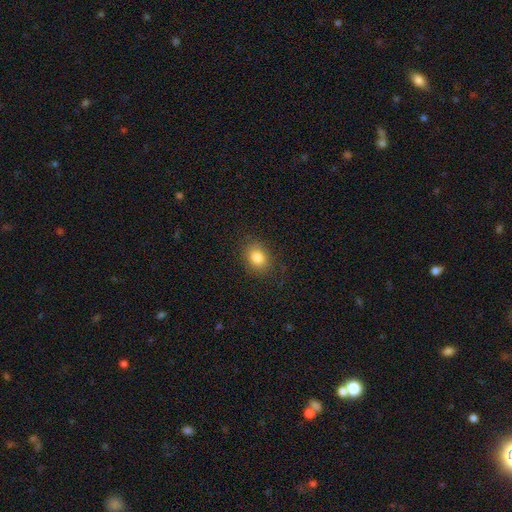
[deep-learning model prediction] Q: Smooth or featured?
A: smooth (83%); runner-up: star or artifact (11%)
Q: How rounded?
A: in between (51%); runner-up: round (48%)
Q: Merging?
A: none (86%); runner-up: minor disturbance (10%)